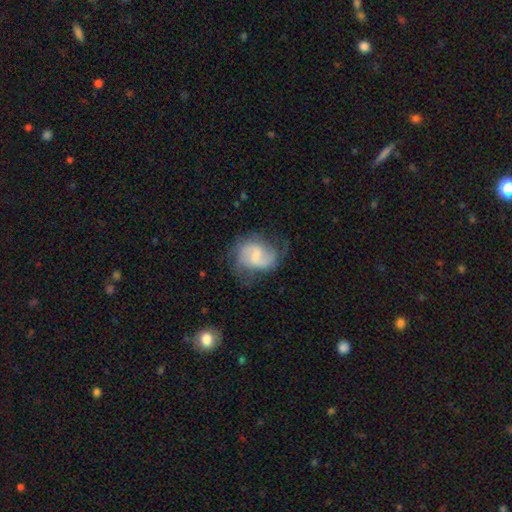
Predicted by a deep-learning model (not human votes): Smooth or featured?
  - featured or disk: 76% *
  - smooth: 18%
  - star or artifact: 6%
Edge-on disk?
  - no: 98% *
  - yes: 2%
Bar?
  - weak: 60% *
  - no: 24%
  - strong: 16%
Spiral arms?
  - yes: 94% *
  - no: 6%
Spiral winding?
  - medium: 48% *
  - loose: 35%
  - tight: 17%
Spiral arm count?
  - 2: 84% *
  - can't tell: 7%
  - 1: 4%
  - 3: 3%
  - 4: 1%
  - more than 4: 1%
Bulge size?
  - small: 40% *
  - none: 30%
  - moderate: 24%
  - large: 5%
  - dominant: 1%
Merging?
  - none: 63% *
  - minor disturbance: 22%
  - major disturbance: 13%
  - merger: 2%